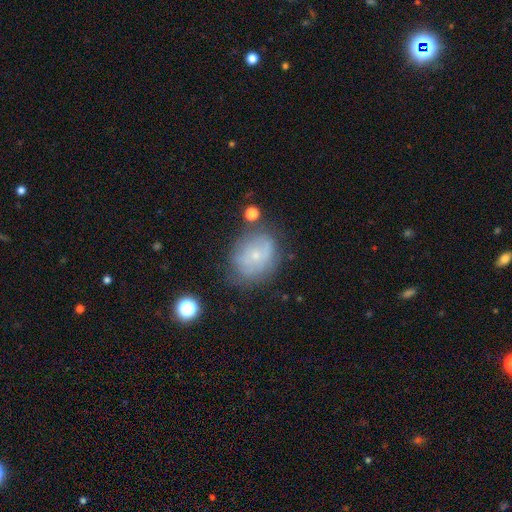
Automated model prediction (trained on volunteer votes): Q: Smooth or featured?
A: smooth (46%); runner-up: featured or disk (43%)
Q: Merging?
A: none (58%); runner-up: minor disturbance (25%)